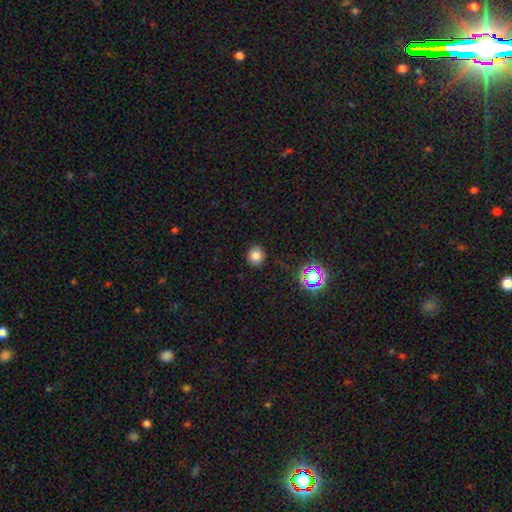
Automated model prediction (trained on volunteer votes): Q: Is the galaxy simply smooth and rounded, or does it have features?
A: smooth — 77%.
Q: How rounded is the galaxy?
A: round — 91%.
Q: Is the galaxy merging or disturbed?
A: none — 90%.